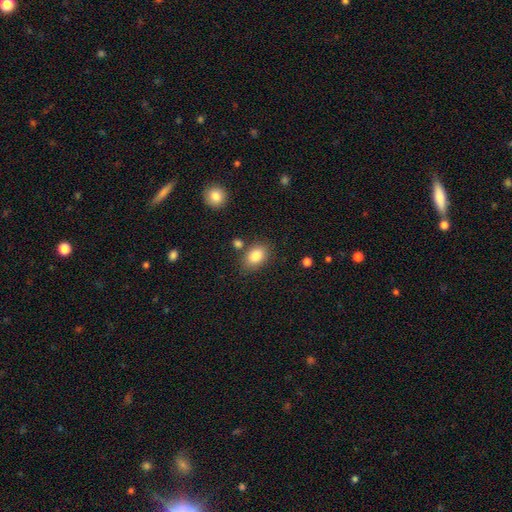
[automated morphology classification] Smooth or featured?
  - smooth: 84% *
  - star or artifact: 8%
  - featured or disk: 8%
How rounded?
  - in between: 82% *
  - round: 16%
  - cigar-shaped: 1%
Merging?
  - none: 74% *
  - minor disturbance: 14%
  - merger: 8%
  - major disturbance: 4%